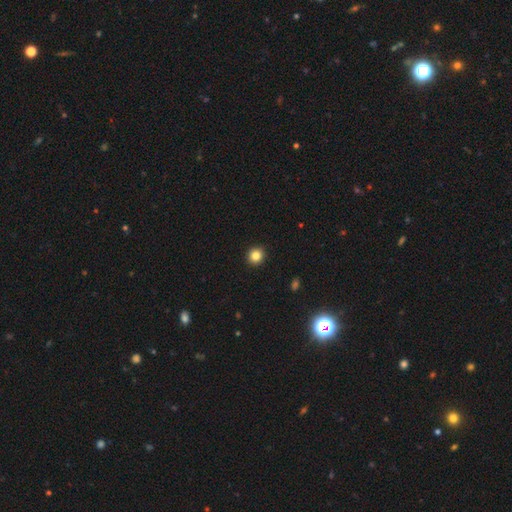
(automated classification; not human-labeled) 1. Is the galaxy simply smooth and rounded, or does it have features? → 84% smooth, 11% star or artifact, 5% featured or disk.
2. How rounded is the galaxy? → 93% round, 6% in between, 1% cigar-shaped.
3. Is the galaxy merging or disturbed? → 93% none, 4% minor disturbance, 1% major disturbance, 1% merger.